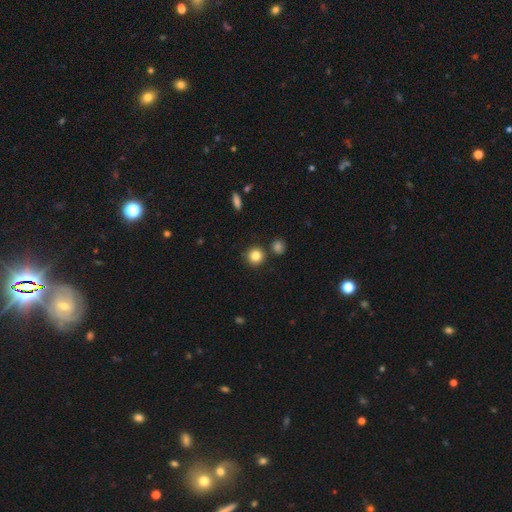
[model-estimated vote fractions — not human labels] smooth_or_featured: smooth (p=0.84) [alt: star or artifact p=0.11]
how_rounded: round (p=0.92) [alt: in between p=0.07]
merging: none (p=0.85) [alt: minor disturbance p=0.07]